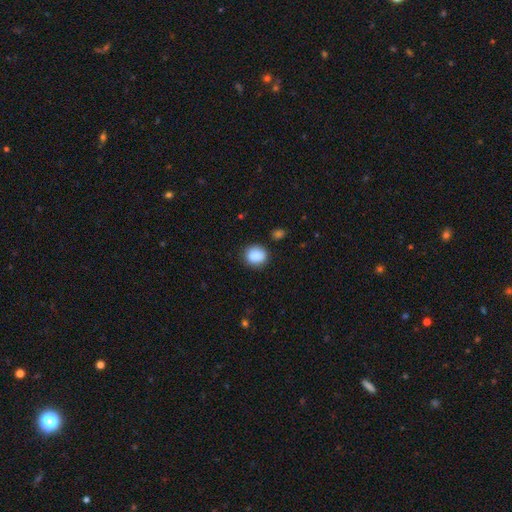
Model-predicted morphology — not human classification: smooth 89%, star or artifact 8%, featured or disk 3%. Down the decision tree: how rounded — round (71%); merging — none (83%).